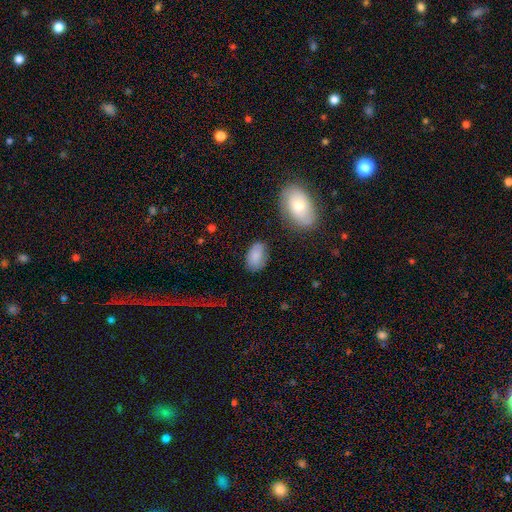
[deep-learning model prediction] A smooth galaxy with no disk features (83%) that is in between round and cigar-shaped (92%).

Vote fractions:
- Smooth or featured? smooth: 83% / featured or disk: 9% / star or artifact: 8%
- How rounded? in between: 92% / round: 7% / cigar-shaped: 1%
- Merging? none: 71% / minor disturbance: 20% / major disturbance: 5% / merger: 3%